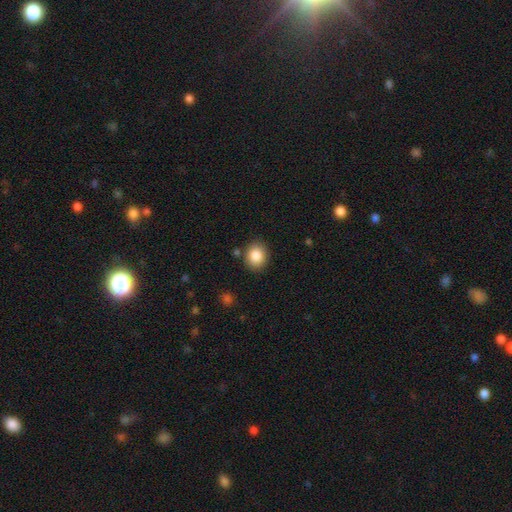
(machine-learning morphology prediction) Smooth or featured? smooth (86%)
How rounded? round (65%)
Merging? none (85%)